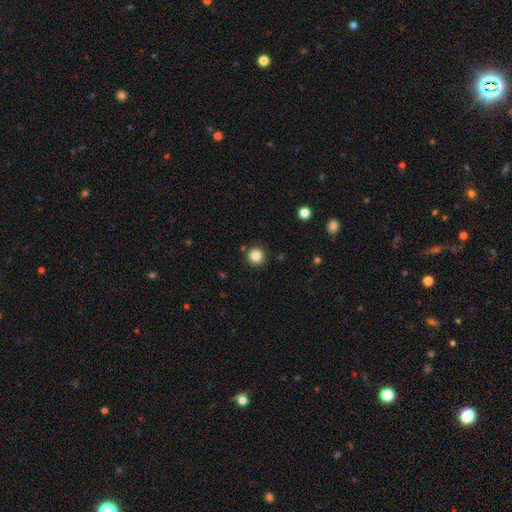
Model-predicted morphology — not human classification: The model was most divided on "smooth or featured": smooth: 84%, star or artifact: 11%, featured or disk: 5%. More confident: how rounded — round (95%); merging — none (91%).